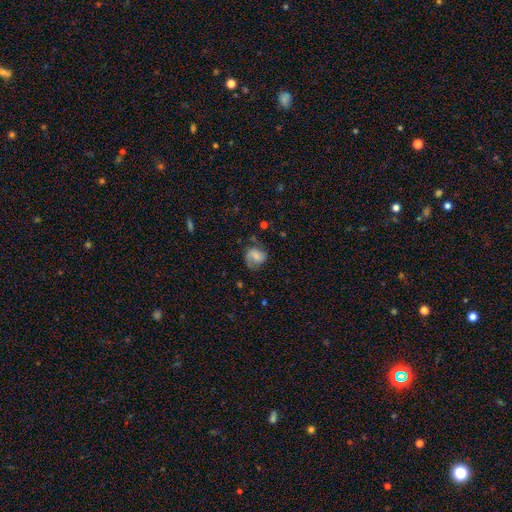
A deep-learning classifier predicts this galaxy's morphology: Q: Smooth or featured?
A: smooth (47%); runner-up: featured or disk (44%)
Q: Merging?
A: none (53%); runner-up: minor disturbance (26%)